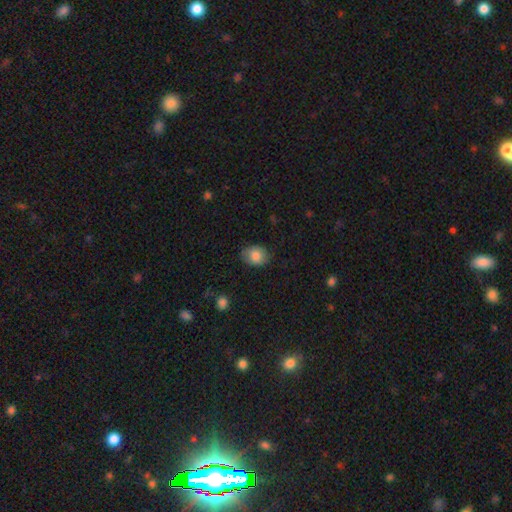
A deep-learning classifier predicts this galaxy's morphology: type=smooth (83%); roundness=in between (55%); merging=none (77%).